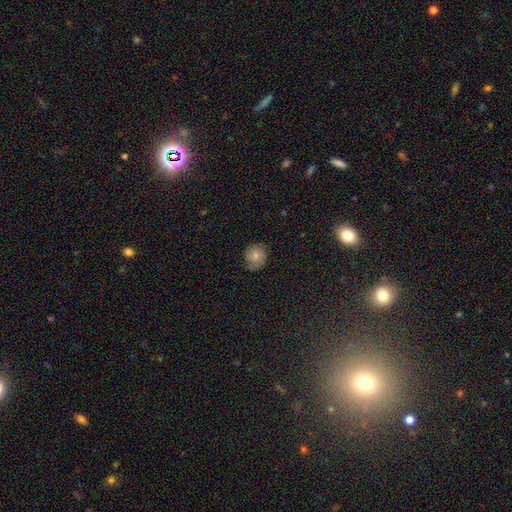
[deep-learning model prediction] Smooth or featured: smooth — 51% (featured or disk — 37%)
How rounded: round — 83% (in between — 16%)
Merging: none — 71% (minor disturbance — 22%)